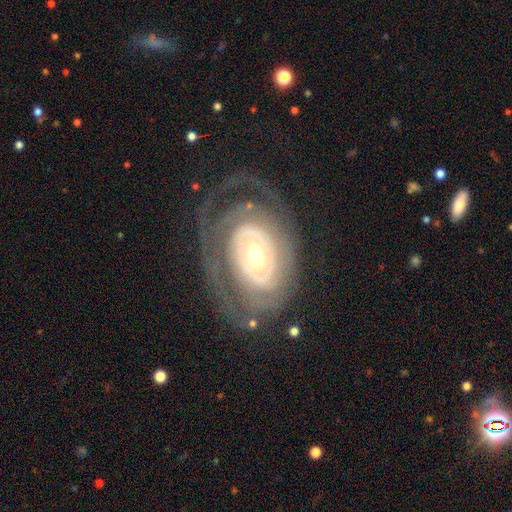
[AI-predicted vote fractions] Smooth or featured? Predicted: featured or disk (p=0.84). Edge-on disk? Predicted: no (p=0.95). Bar? Predicted: no (p=0.65). Spiral arms? Predicted: yes (p=0.83). Spiral winding? Predicted: tight (p=0.71). Spiral arm count? Predicted: can't tell (p=0.41). Bulge size? Predicted: moderate (p=0.52). Merging? Predicted: none (p=0.64).